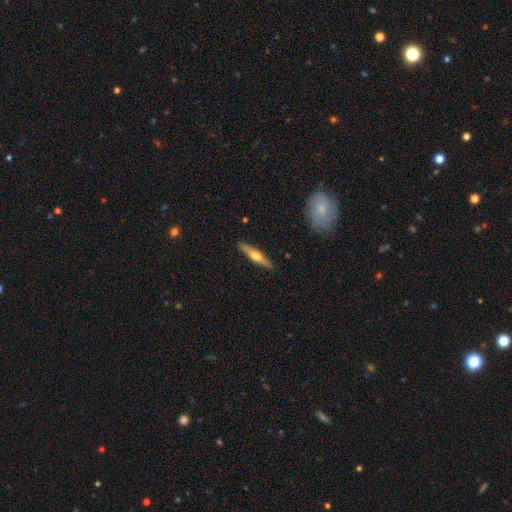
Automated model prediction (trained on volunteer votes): Smooth or featured?
  - featured or disk: 56% *
  - smooth: 39%
  - star or artifact: 5%
Edge-on disk?
  - yes: 94% *
  - no: 6%
Edge-on bulge?
  - rounded: 92% *
  - none: 5%
  - boxy: 3%
Merging?
  - none: 89% *
  - minor disturbance: 8%
  - major disturbance: 2%
  - merger: 1%